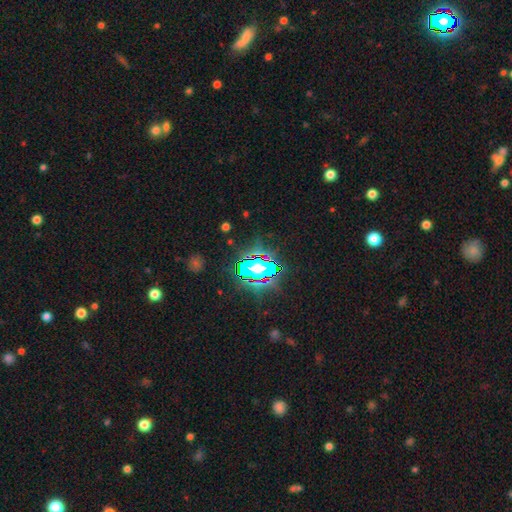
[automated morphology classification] Smooth or featured? Predicted: star or artifact (p=0.75).